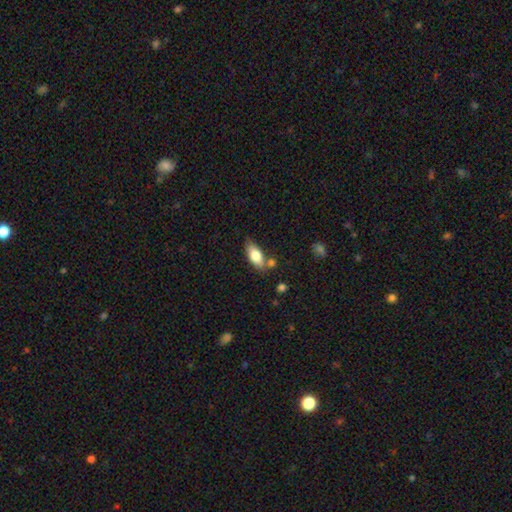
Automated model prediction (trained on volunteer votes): Smooth or featured? Predicted: smooth (p=0.78). How rounded? Predicted: in between (p=0.85). Merging? Predicted: none (p=0.66).